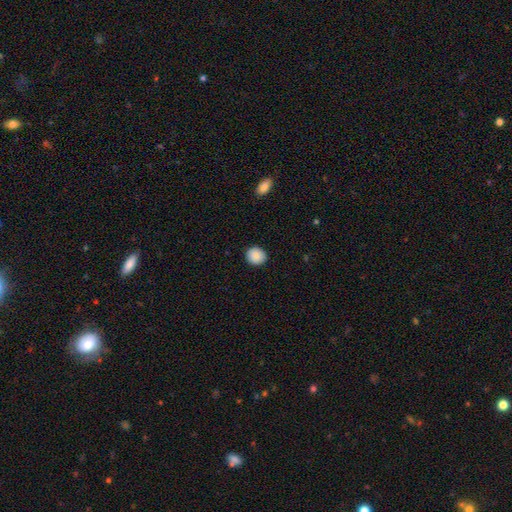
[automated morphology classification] Smooth or featured?
  - smooth: 89% *
  - star or artifact: 7%
  - featured or disk: 4%
How rounded?
  - round: 80% *
  - in between: 19%
  - cigar-shaped: 1%
Merging?
  - none: 90% *
  - minor disturbance: 7%
  - major disturbance: 2%
  - merger: 1%